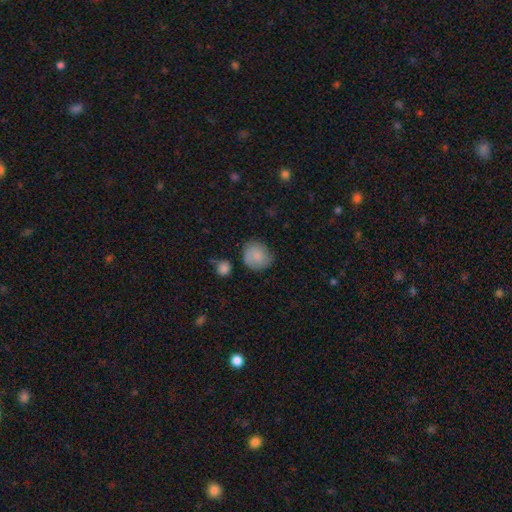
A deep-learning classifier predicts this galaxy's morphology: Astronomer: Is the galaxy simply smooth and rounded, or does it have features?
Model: smooth — 80%.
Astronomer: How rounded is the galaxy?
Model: round — 77%.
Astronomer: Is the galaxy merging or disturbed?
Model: none — 66%.